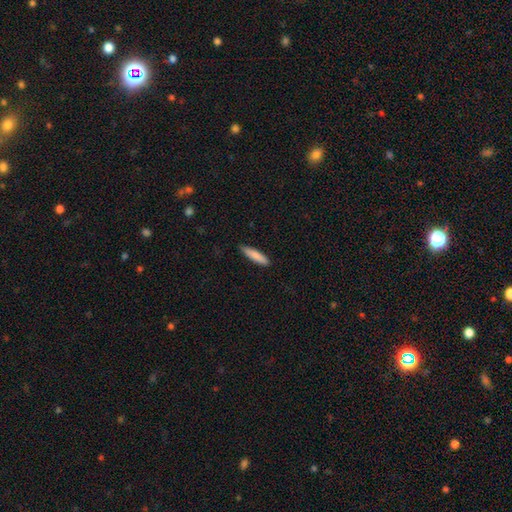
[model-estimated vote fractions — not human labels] Smooth or featured?
  - smooth: 84% *
  - featured or disk: 10%
  - star or artifact: 6%
How rounded?
  - cigar-shaped: 81% *
  - in between: 18%
  - round: 1%
Merging?
  - none: 87% *
  - minor disturbance: 10%
  - major disturbance: 2%
  - merger: 1%